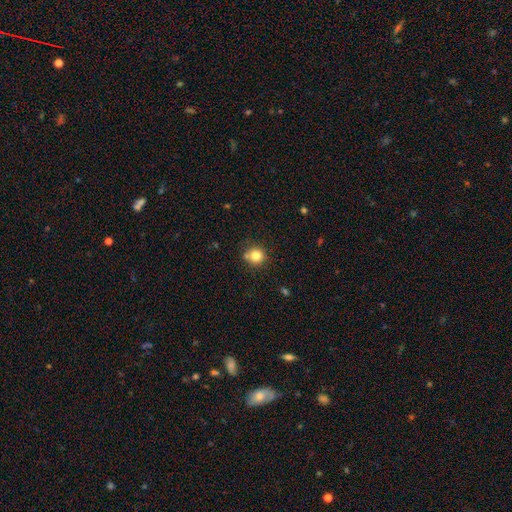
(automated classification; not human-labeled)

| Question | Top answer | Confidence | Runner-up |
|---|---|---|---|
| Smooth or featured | smooth | 81% | star or artifact (11%) |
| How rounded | round | 89% | in between (11%) |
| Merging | none | 74% | minor disturbance (14%) |